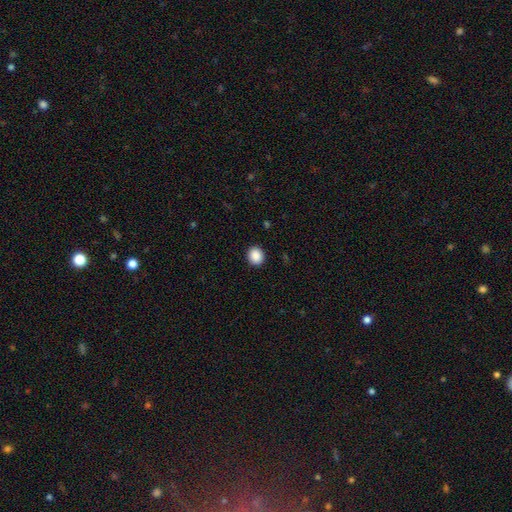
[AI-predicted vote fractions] smooth-or-featured: smooth: 89% | star or artifact: 8% | featured or disk: 2%
  how-rounded: round: 75% | in between: 24% | cigar-shaped: 1%
  merging: none: 91% | minor disturbance: 6% | major disturbance: 2% | merger: 1%